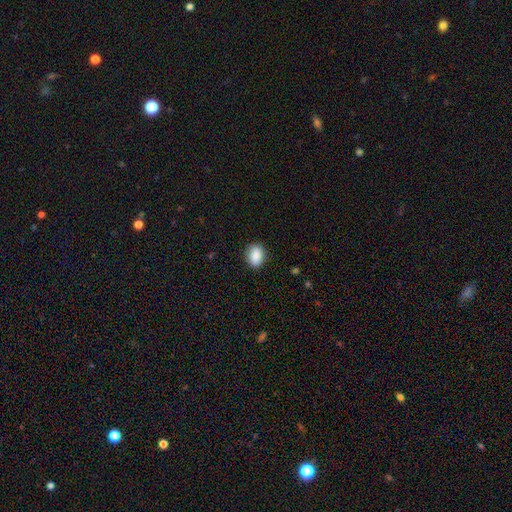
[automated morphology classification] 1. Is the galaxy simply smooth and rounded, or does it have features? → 89% smooth, 7% star or artifact, 3% featured or disk.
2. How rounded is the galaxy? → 74% in between, 24% round, 1% cigar-shaped.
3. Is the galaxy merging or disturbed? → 88% none, 9% minor disturbance, 2% major disturbance, 1% merger.